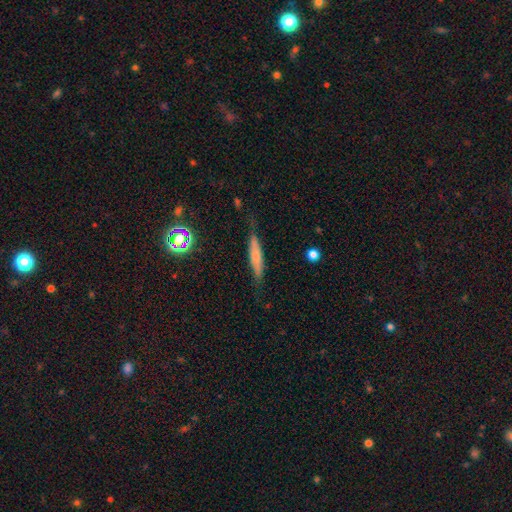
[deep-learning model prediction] Smooth or featured: smooth — 59% (featured or disk — 32%)
How rounded: cigar-shaped — 88% (in between — 10%)
Merging: none — 75% (minor disturbance — 19%)